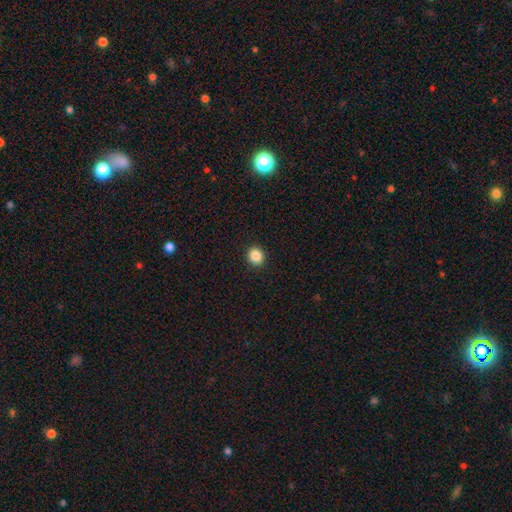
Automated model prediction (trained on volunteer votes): Morphology: type=smooth (87%); roundness=round (83%); merging=none (92%).